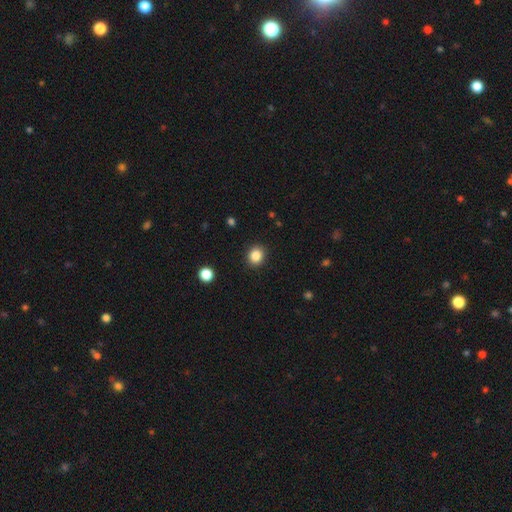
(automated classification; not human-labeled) smooth 85%, star or artifact 11%, featured or disk 4%. Down the decision tree: how rounded — round (74%); merging — none (91%).